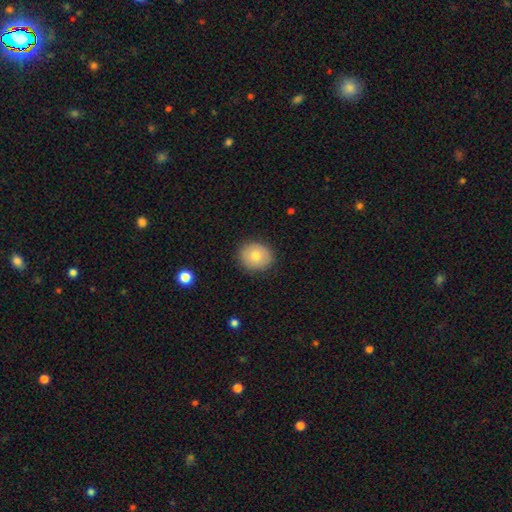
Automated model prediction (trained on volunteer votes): Smooth or featured? Predicted: smooth (p=0.75). How rounded? Predicted: round (p=0.74). Merging? Predicted: none (p=0.88).